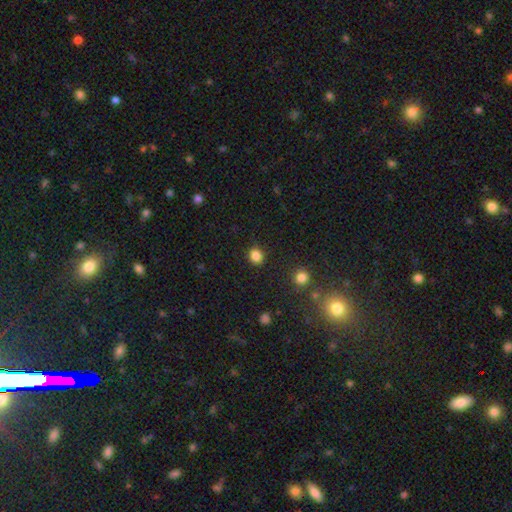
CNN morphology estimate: Smooth or featured: smooth — 85% (star or artifact — 12%)
How rounded: round — 70% (in between — 29%)
Merging: none — 88% (minor disturbance — 8%)